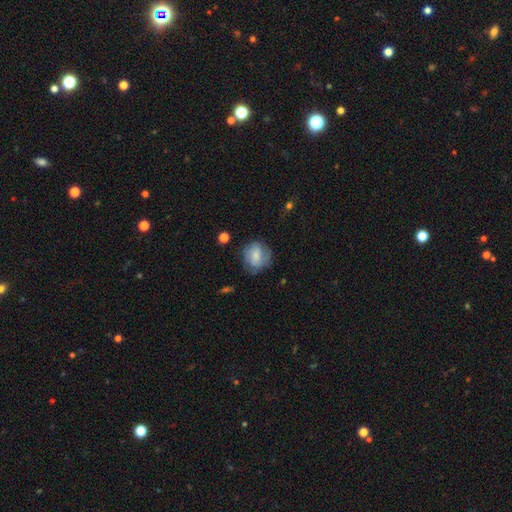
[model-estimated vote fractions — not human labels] smooth 58%, featured or disk 34%, star or artifact 8%. Down the decision tree: how rounded — round (69%); merging — none (64%).